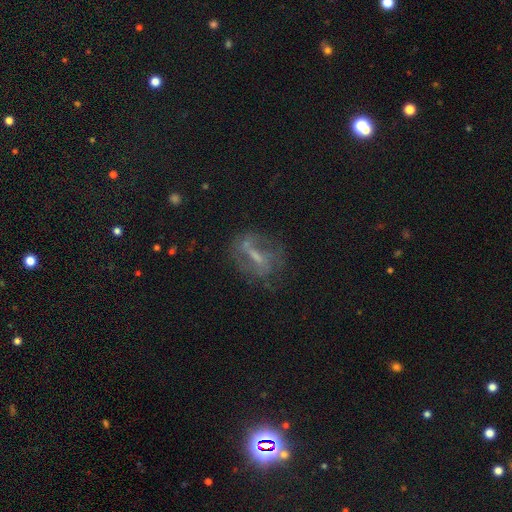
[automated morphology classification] featured or disk 65%, smooth 23%, star or artifact 13%. Down the decision tree: edge-on disk — no (88%); bar — weak (41%); spiral arms — yes (60%); bulge size — small (45%); merging — none (59%).